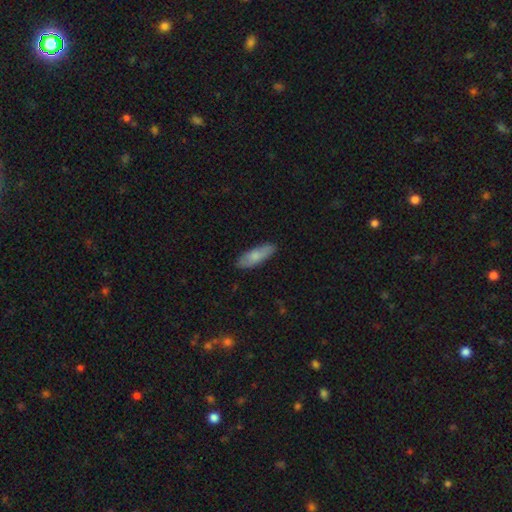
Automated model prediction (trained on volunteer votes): smooth_or_featured: smooth (p=0.78) [alt: featured or disk p=0.16]
how_rounded: in between (p=0.56) [alt: cigar-shaped p=0.42]
merging: none (p=0.85) [alt: minor disturbance p=0.12]